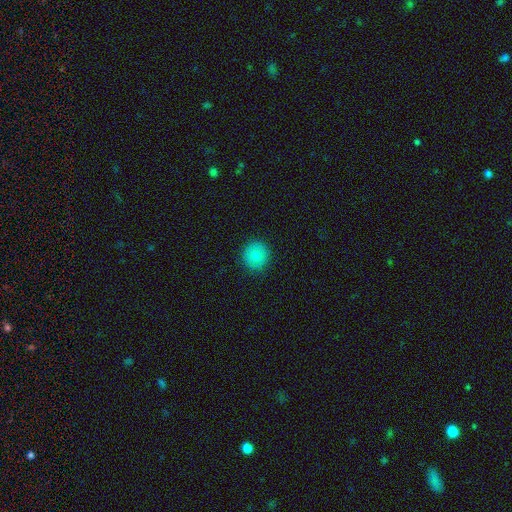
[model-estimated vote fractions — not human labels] smooth_or_featured: smooth (p=0.73) [alt: featured or disk p=0.17]
how_rounded: round (p=0.91) [alt: in between p=0.08]
merging: none (p=0.90) [alt: minor disturbance p=0.07]